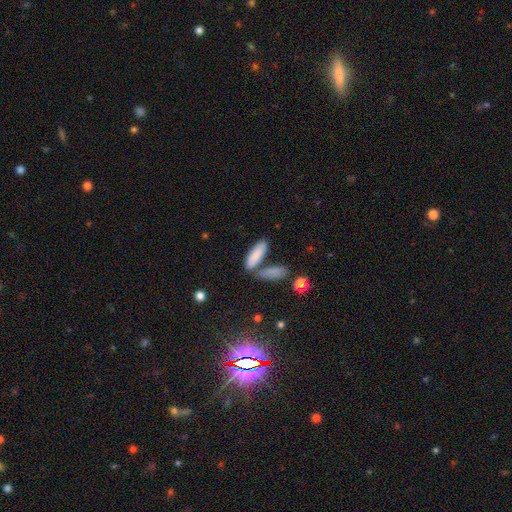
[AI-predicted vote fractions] smooth-or-featured: smooth: 86% | featured or disk: 8% | star or artifact: 7%
  how-rounded: in between: 51% | cigar-shaped: 46% | round: 3%
  merging: none: 61% | merger: 24% | minor disturbance: 11% | major disturbance: 4%